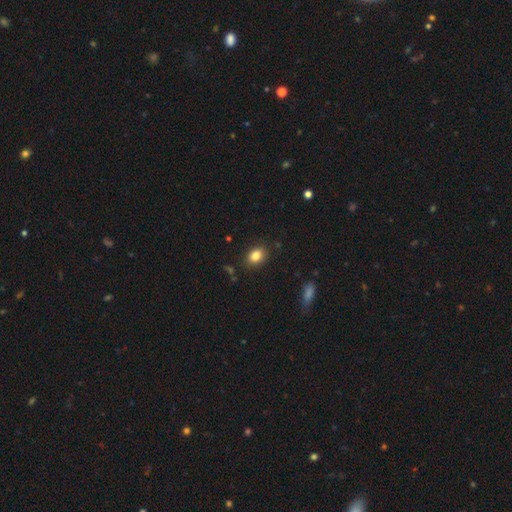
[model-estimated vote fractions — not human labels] smooth_or_featured: smooth (p=0.84) [alt: star or artifact p=0.09]
how_rounded: in between (p=0.69) [alt: round p=0.30]
merging: none (p=0.86) [alt: minor disturbance p=0.10]